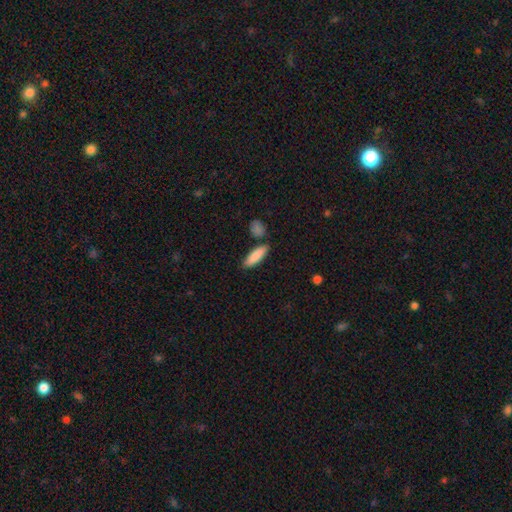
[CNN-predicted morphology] This appears to be a smooth galaxy with no disk features (86%) that is in between round and cigar-shaped (49%). Merging: none (81%).